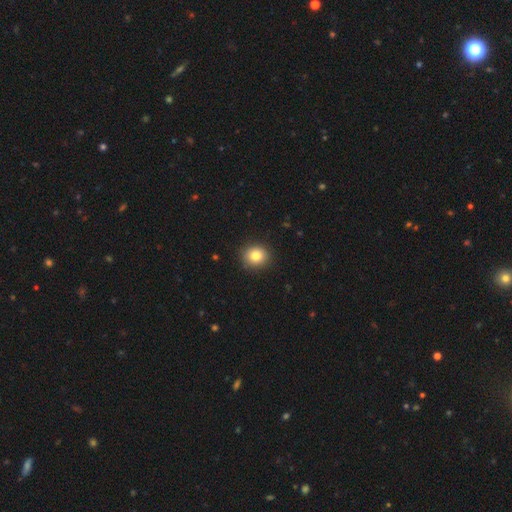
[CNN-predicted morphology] smooth_or_featured: smooth (p=0.83) [alt: star or artifact p=0.10]
how_rounded: round (p=0.80) [alt: in between p=0.19]
merging: none (p=0.90) [alt: minor disturbance p=0.07]